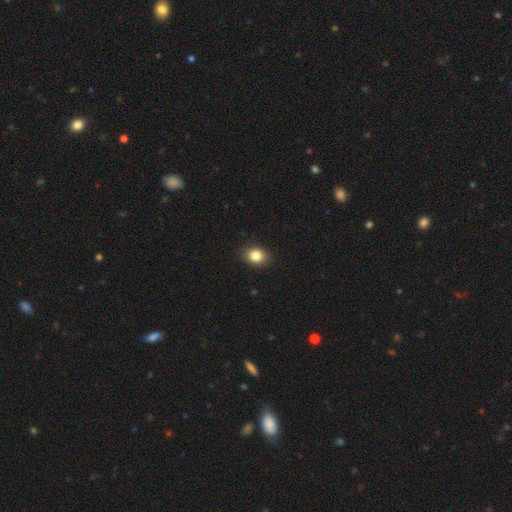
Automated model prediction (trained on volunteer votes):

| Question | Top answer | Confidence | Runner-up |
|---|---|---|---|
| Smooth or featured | smooth | 85% | star or artifact (9%) |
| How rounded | in between | 56% | round (43%) |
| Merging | none | 89% | minor disturbance (8%) |